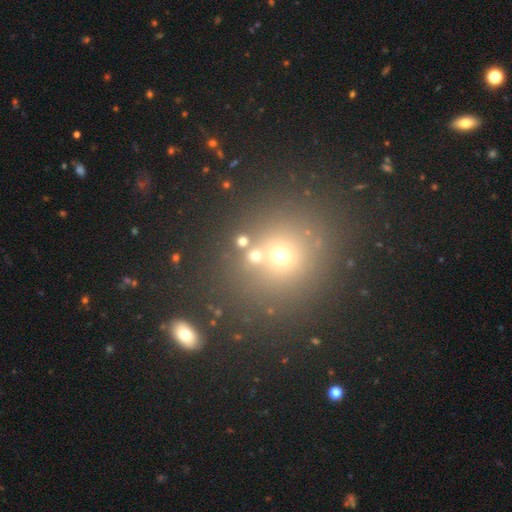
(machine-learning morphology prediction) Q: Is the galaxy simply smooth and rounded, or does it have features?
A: smooth — 61%.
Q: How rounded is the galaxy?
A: round — 85%.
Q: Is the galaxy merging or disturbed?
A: none — 69%.